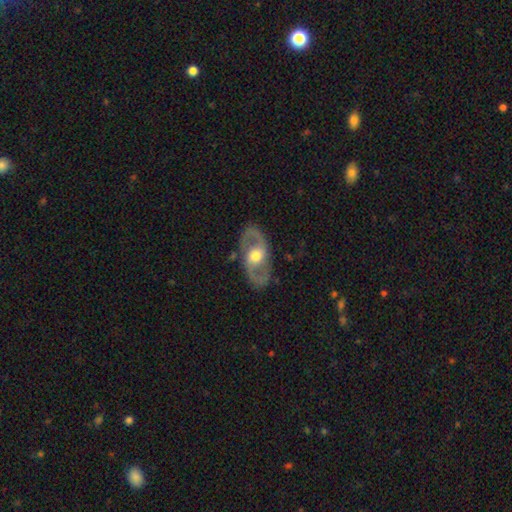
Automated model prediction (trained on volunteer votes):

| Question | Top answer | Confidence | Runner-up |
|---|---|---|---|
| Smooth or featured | featured or disk | 81% | smooth (15%) |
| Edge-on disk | no | 93% | yes (7%) |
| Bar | no | 56% | weak (32%) |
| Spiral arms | yes | 79% | no (21%) |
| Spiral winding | medium | 52% | loose (30%) |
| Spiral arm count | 2 | 90% | can't tell (5%) |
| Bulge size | moderate | 70% | large (18%) |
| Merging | none | 85% | minor disturbance (10%) |